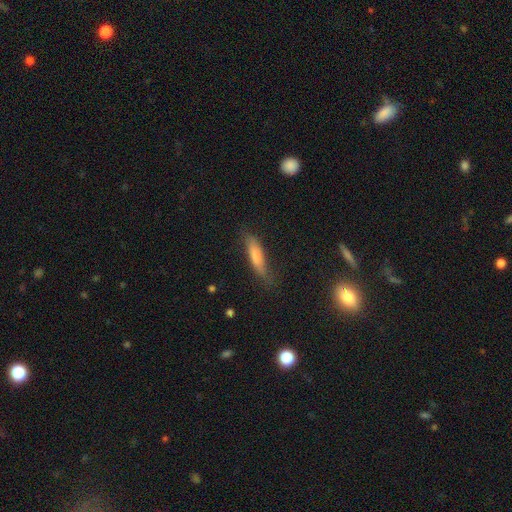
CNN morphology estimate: Smooth or featured? smooth (68%)
How rounded? cigar-shaped (78%)
Merging? none (70%)